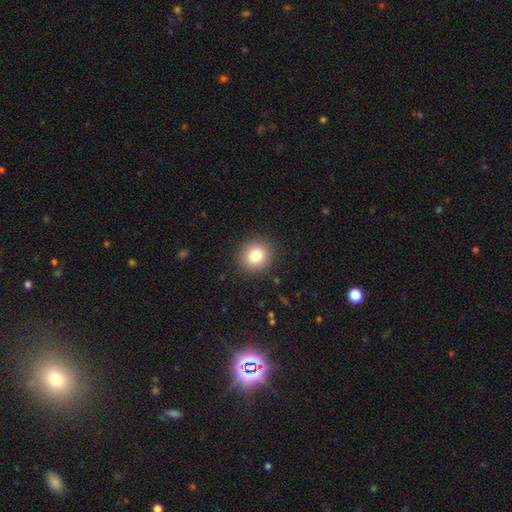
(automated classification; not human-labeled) smooth-or-featured: smooth: 81% | star or artifact: 11% | featured or disk: 8%
  how-rounded: round: 89% | in between: 10% | cigar-shaped: 1%
  merging: none: 90% | minor disturbance: 6% | major disturbance: 2% | merger: 1%